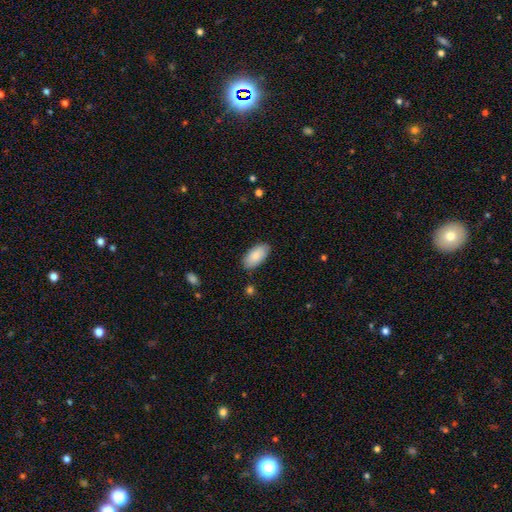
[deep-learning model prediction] Morphology: type=smooth (87%); roundness=in between (94%); merging=none (86%).